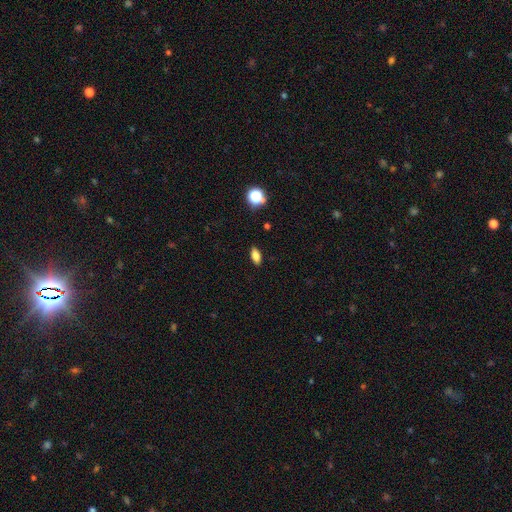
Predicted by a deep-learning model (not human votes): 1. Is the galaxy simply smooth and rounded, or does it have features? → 78% smooth, 11% featured or disk, 11% star or artifact.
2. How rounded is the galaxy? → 84% in between, 11% cigar-shaped, 5% round.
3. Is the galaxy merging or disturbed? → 88% none, 8% minor disturbance, 2% major disturbance, 1% merger.